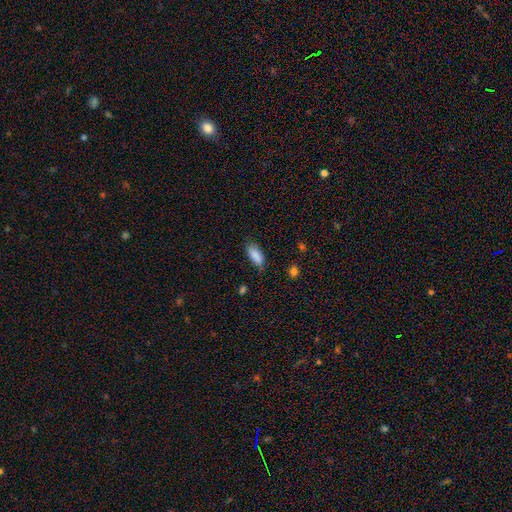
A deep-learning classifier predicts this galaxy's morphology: This is clearly a smooth galaxy (88%). How rounded: clearly in between (82%). Merging: likely none (73%).